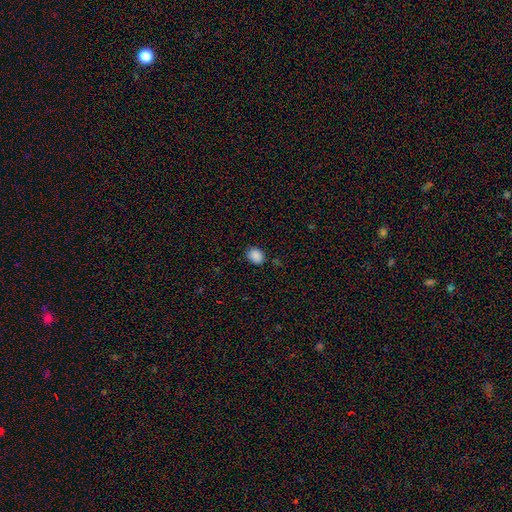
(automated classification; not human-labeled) Q: Smooth or featured?
A: smooth (87%); runner-up: star or artifact (10%)
Q: How rounded?
A: in between (55%); runner-up: round (44%)
Q: Merging?
A: none (83%); runner-up: minor disturbance (12%)